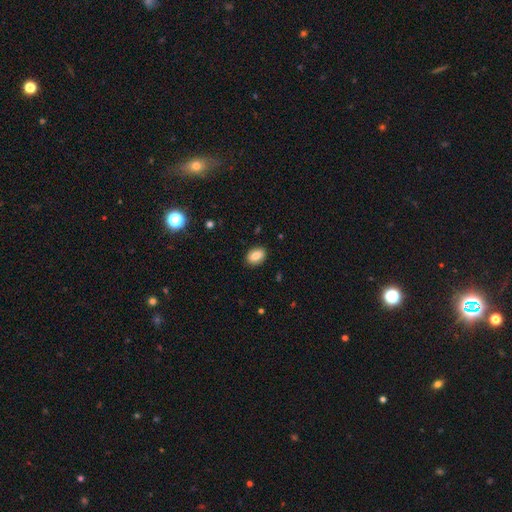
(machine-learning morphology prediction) A smooth galaxy with no disk features (79%) that is in between round and cigar-shaped (79%). Merging: none (88%).